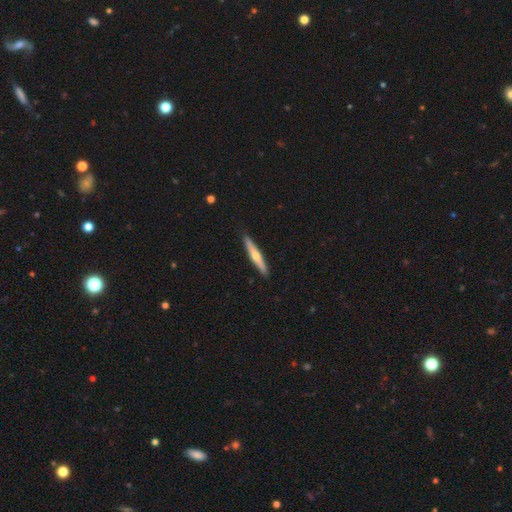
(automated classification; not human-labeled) A featured or disk galaxy (50%) viewed edge-on (96%). Merging: none (91%).